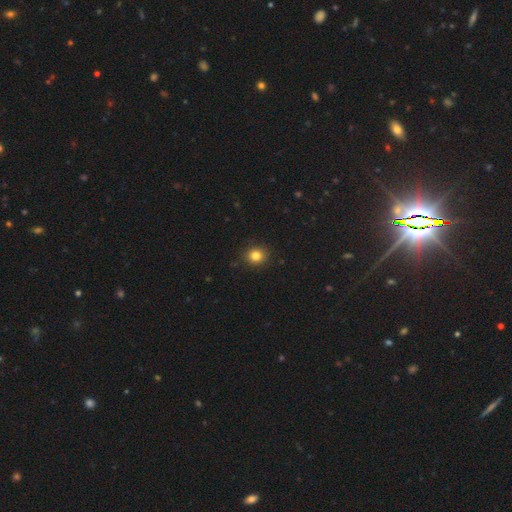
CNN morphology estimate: smooth_or_featured: smooth (p=0.82) [alt: star or artifact p=0.12]
how_rounded: round (p=0.86) [alt: in between p=0.13]
merging: none (p=0.90) [alt: minor disturbance p=0.07]